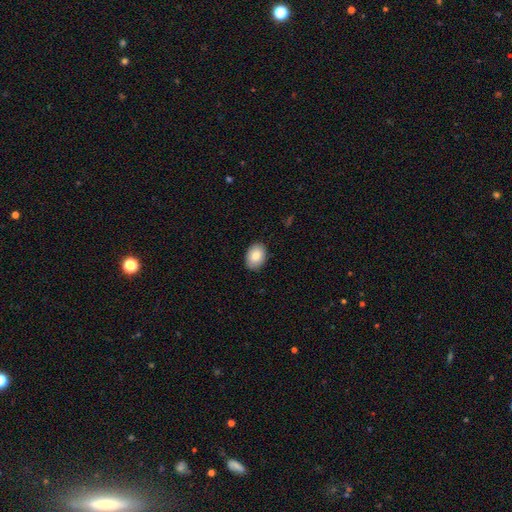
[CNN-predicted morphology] Smooth or featured?
  - smooth: 85% *
  - featured or disk: 8%
  - star or artifact: 7%
How rounded?
  - in between: 74% *
  - round: 25%
  - cigar-shaped: 1%
Merging?
  - none: 88% *
  - minor disturbance: 10%
  - major disturbance: 2%
  - merger: 1%